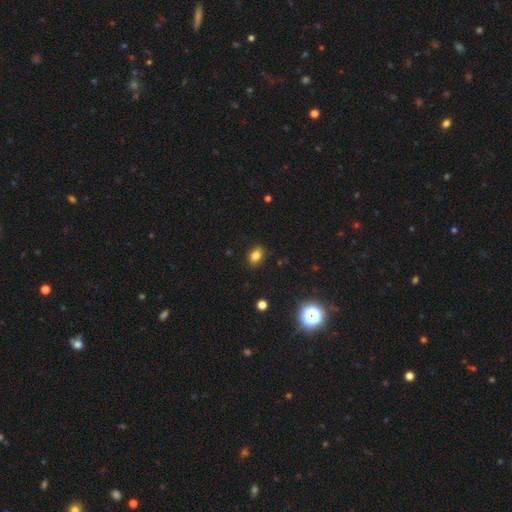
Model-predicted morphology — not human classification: Overall: smooth (80%). How rounded: in between (77%). Merging: none (86%).